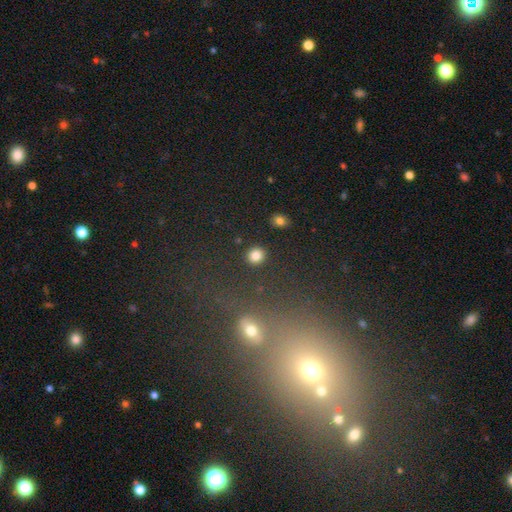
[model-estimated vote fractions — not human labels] smooth-or-featured: smooth: 84% | star or artifact: 12% | featured or disk: 5%
  how-rounded: round: 88% | in between: 11% | cigar-shaped: 1%
  merging: none: 90% | minor disturbance: 6% | major disturbance: 2% | merger: 2%